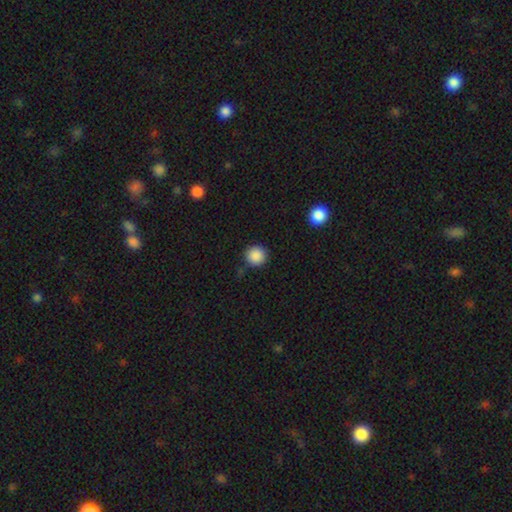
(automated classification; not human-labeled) Q: Smooth or featured?
A: smooth (88%); runner-up: star or artifact (9%)
Q: How rounded?
A: round (94%); runner-up: in between (5%)
Q: Merging?
A: none (87%); runner-up: minor disturbance (8%)